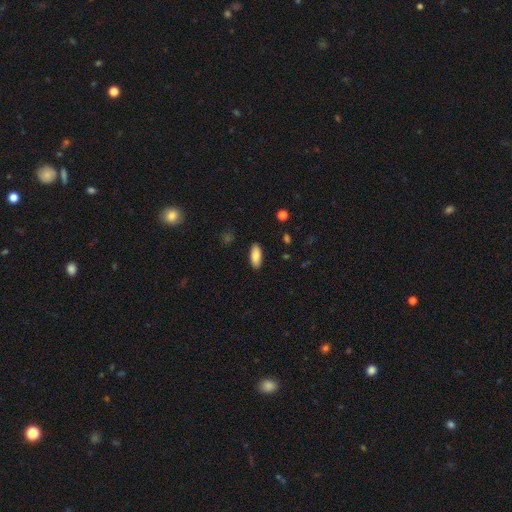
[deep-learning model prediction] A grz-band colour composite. It shows a smooth galaxy with no disk features (86%) that is in between round and cigar-shaped (84%). Merging: none (88%).